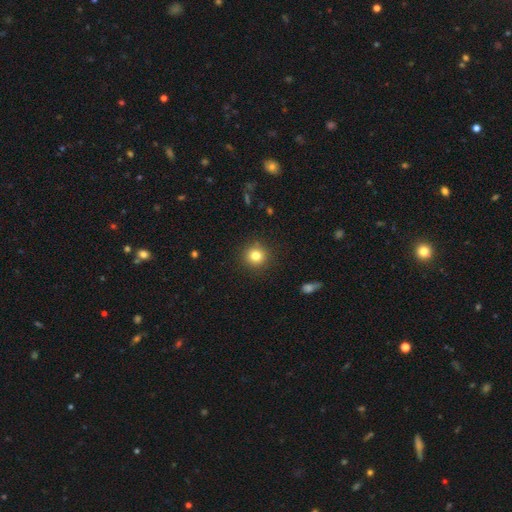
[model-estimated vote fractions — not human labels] Smooth or featured? smooth (81%)
How rounded? round (93%)
Merging? none (91%)